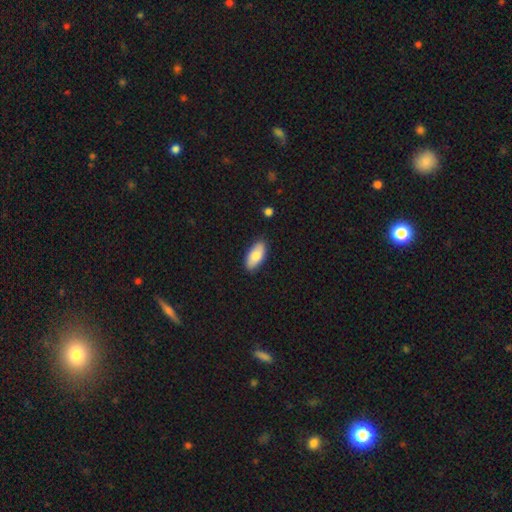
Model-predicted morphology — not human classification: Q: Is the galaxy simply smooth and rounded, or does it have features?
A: smooth — 78%.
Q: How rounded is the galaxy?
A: in between — 91%.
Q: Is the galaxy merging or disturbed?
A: none — 86%.